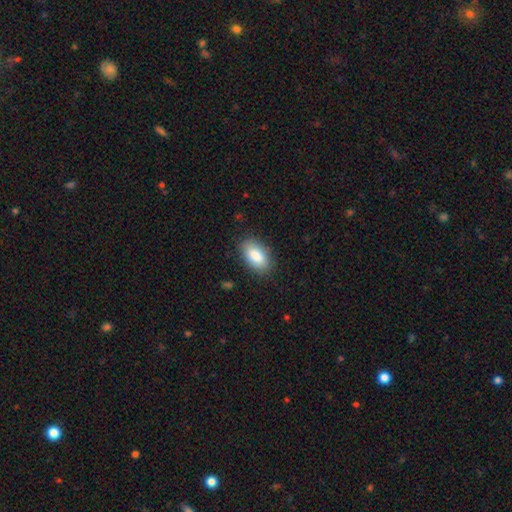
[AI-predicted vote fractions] Morphology: type=smooth (86%); roundness=in between (93%); merging=none (85%).